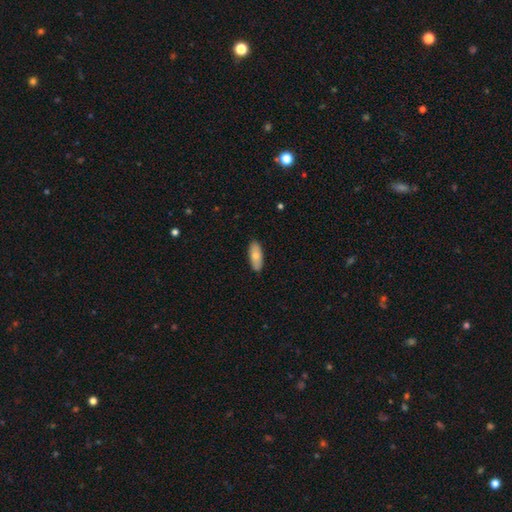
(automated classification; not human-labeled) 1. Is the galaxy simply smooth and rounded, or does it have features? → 79% smooth, 15% featured or disk, 6% star or artifact.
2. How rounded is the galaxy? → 78% in between, 20% cigar-shaped, 2% round.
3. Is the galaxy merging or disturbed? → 89% none, 9% minor disturbance, 2% major disturbance, 1% merger.